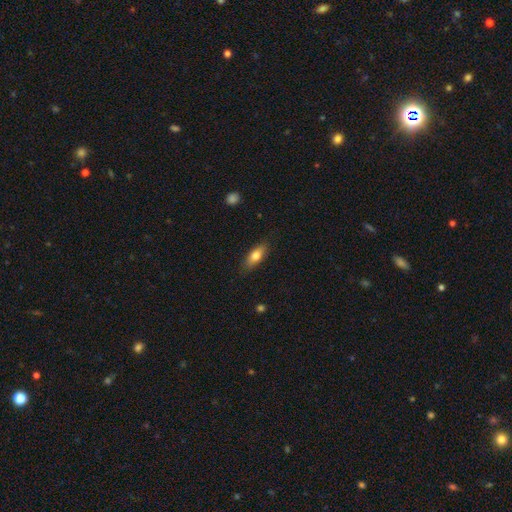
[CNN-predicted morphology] smooth_or_featured: smooth (p=0.73) [alt: featured or disk p=0.21]
how_rounded: in between (p=0.69) [alt: cigar-shaped p=0.28]
merging: none (p=0.85) [alt: minor disturbance p=0.11]